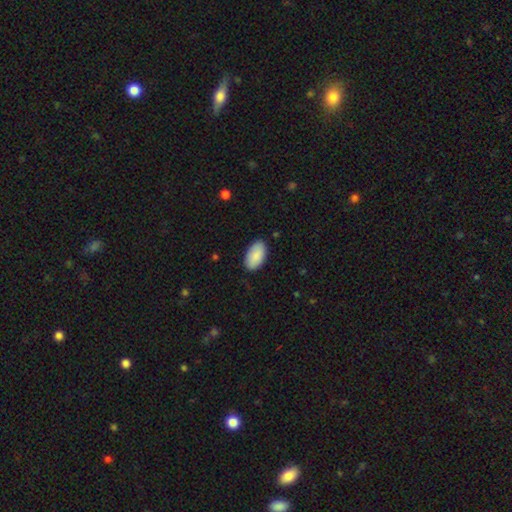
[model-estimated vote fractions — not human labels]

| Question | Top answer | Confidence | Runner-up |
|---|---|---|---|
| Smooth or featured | smooth | 88% | featured or disk (6%) |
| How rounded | in between | 96% | round (3%) |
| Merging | none | 86% | minor disturbance (11%) |